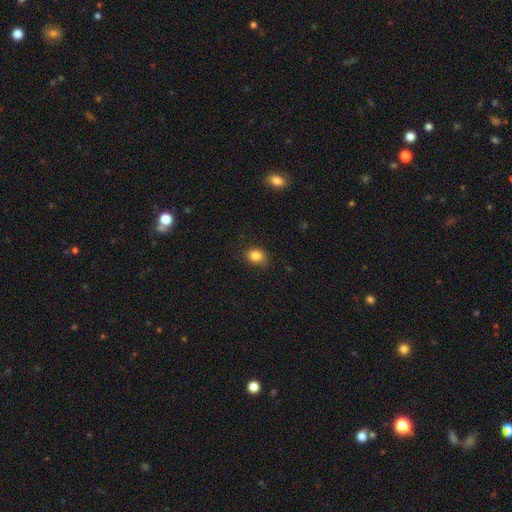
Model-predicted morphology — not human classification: Smooth or featured? Predicted: smooth (p=0.84). How rounded? Predicted: round (p=0.53). Merging? Predicted: none (p=0.76).